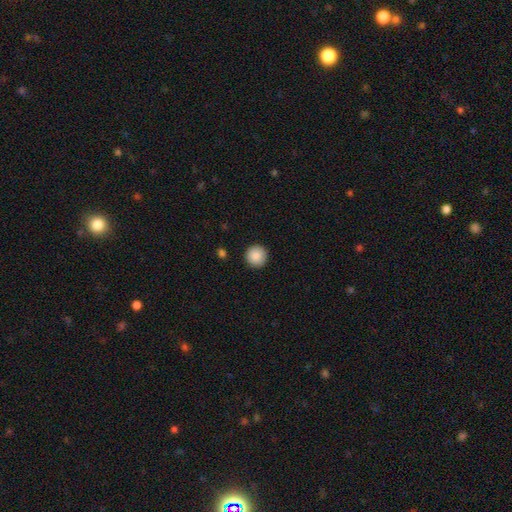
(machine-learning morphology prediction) smooth-or-featured: smooth: 89% | star or artifact: 8% | featured or disk: 4%
  how-rounded: round: 96% | in between: 3% | cigar-shaped: 1%
  merging: none: 92% | minor disturbance: 5% | major disturbance: 2% | merger: 1%